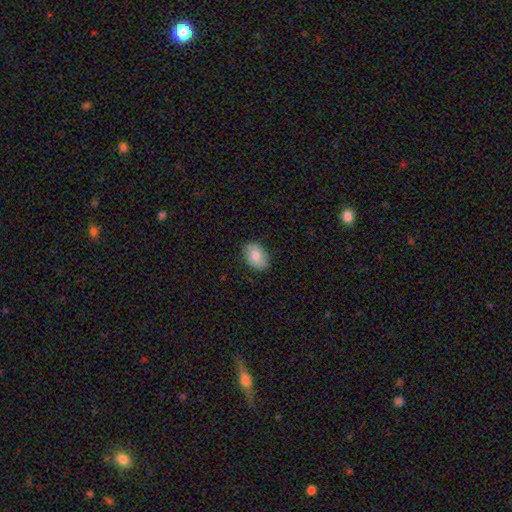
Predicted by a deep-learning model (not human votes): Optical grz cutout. It shows a smooth galaxy with no disk features (80%) that is in between round and cigar-shaped (81%). Merging: none (87%).